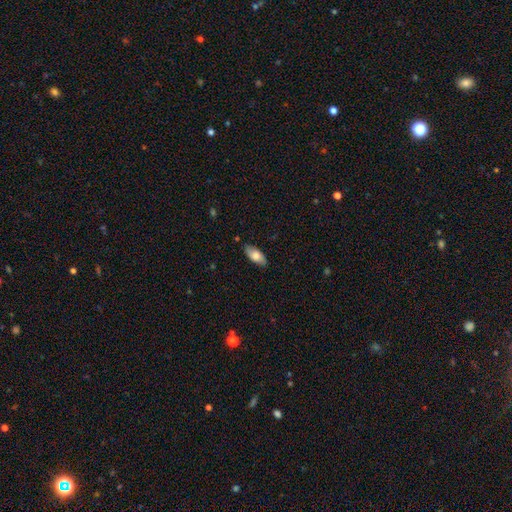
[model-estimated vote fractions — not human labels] Q: Smooth or featured?
A: smooth (75%); runner-up: featured or disk (18%)
Q: How rounded?
A: in between (88%); runner-up: cigar-shaped (10%)
Q: Merging?
A: none (84%); runner-up: minor disturbance (12%)